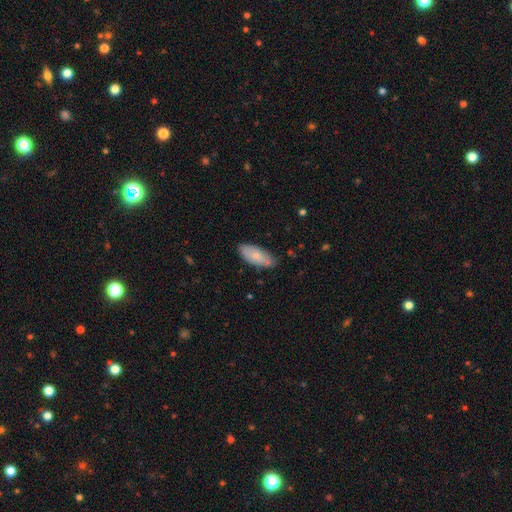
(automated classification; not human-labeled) smooth_or_featured: smooth (p=0.76) [alt: featured or disk p=0.18]
how_rounded: in between (p=0.88) [alt: cigar-shaped p=0.10]
merging: none (p=0.75) [alt: minor disturbance p=0.19]